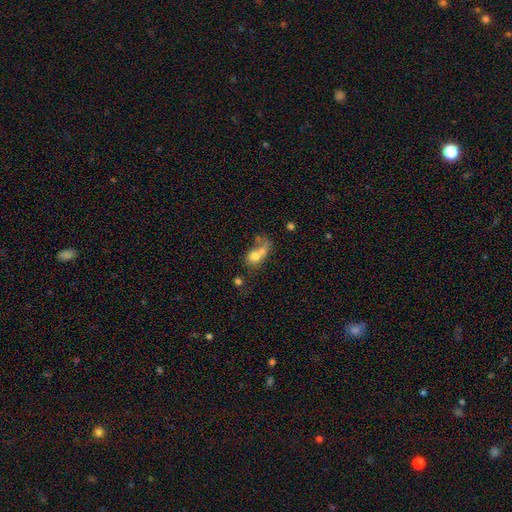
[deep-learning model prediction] smooth_or_featured: smooth (p=0.65) [alt: featured or disk p=0.24]
how_rounded: round (p=0.52) [alt: in between p=0.46]
merging: merger (p=0.61) [alt: none p=0.17]